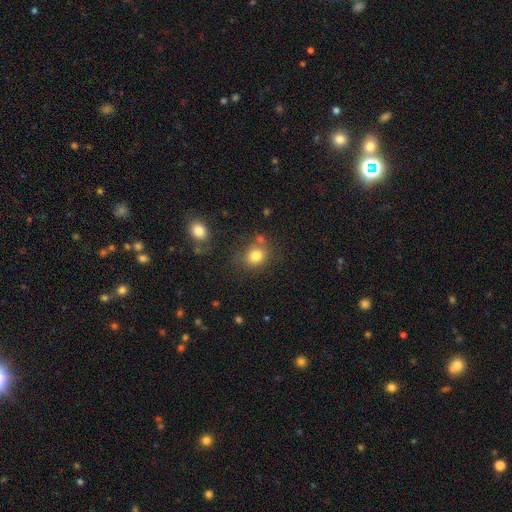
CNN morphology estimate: This is clearly a smooth galaxy (80%). How rounded: likely round (66%). Merging: likely none (68%).